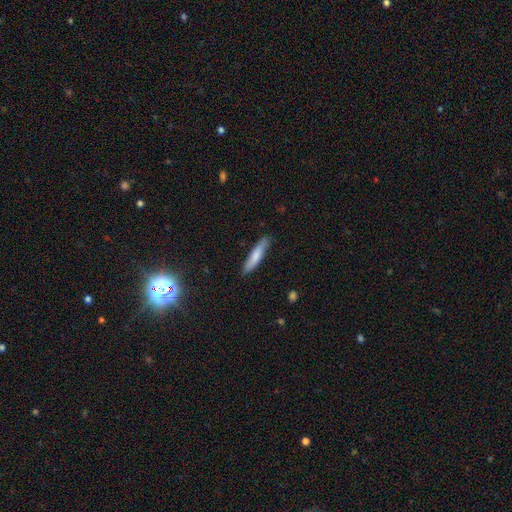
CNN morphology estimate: Smooth or featured? smooth (76%)
How rounded? cigar-shaped (85%)
Merging? none (86%)